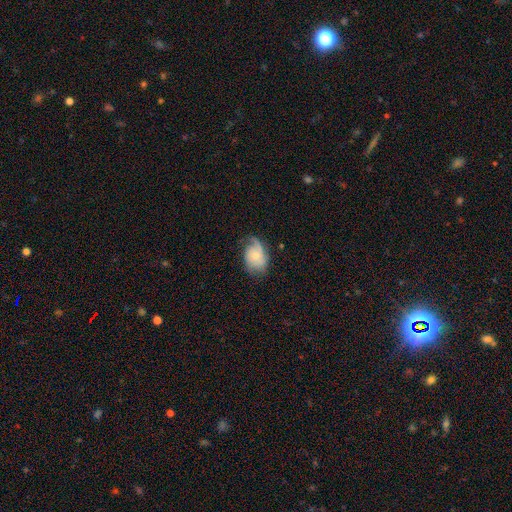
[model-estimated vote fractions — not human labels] featured or disk 59%, smooth 34%, star or artifact 7%. Down the decision tree: edge-on disk — no (96%); bar — no (76%); spiral arms — yes (85%); bulge size — small (52%); merging — none (54%).